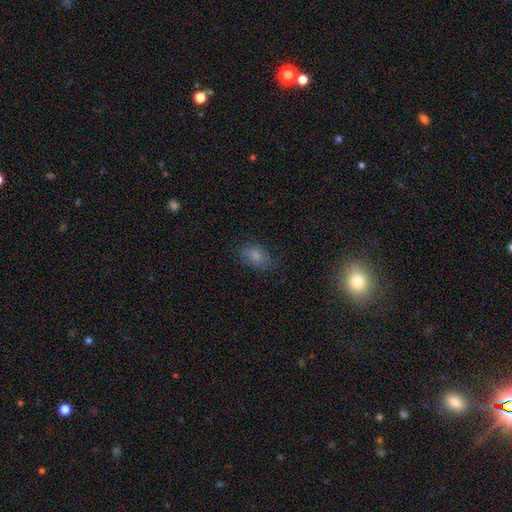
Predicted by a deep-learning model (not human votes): The model was most divided on "merging": none: 75%, minor disturbance: 18%, major disturbance: 5%, merger: 1%. More confident: how rounded — in between (84%); smooth or featured — smooth (80%).